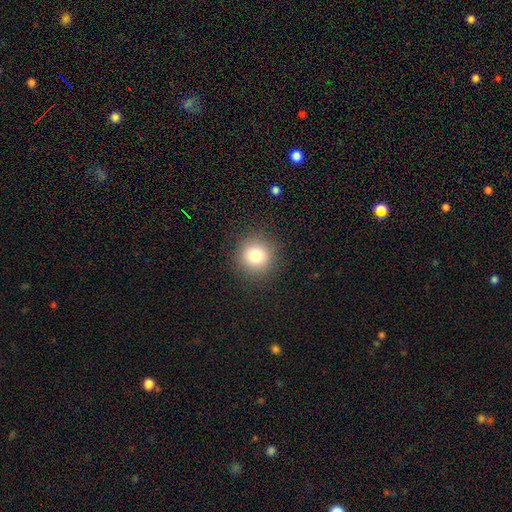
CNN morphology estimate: Q: Smooth or featured?
A: smooth (79%); runner-up: star or artifact (12%)
Q: How rounded?
A: round (93%); runner-up: in between (6%)
Q: Merging?
A: none (90%); runner-up: minor disturbance (6%)